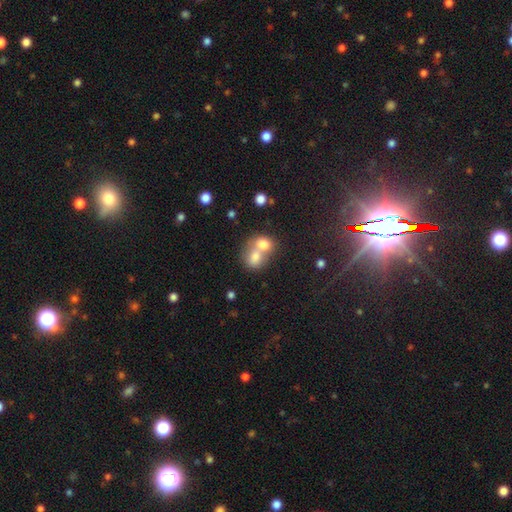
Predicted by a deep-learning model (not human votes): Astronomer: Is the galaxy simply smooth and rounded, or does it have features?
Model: smooth — 69%.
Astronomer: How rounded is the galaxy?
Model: round — 57% (runner-up: in between, 42%).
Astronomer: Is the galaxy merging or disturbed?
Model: merger — 73%.